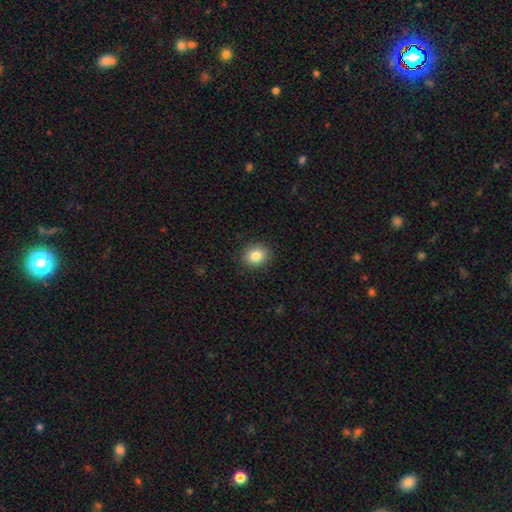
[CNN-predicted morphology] A smooth galaxy with no disk features (83%) that is round (73%).

Vote fractions:
- Smooth or featured? smooth: 83% / star or artifact: 10% / featured or disk: 7%
- How rounded? round: 73% / in between: 26% / cigar-shaped: 1%
- Merging? none: 90% / minor disturbance: 7% / major disturbance: 2% / merger: 1%